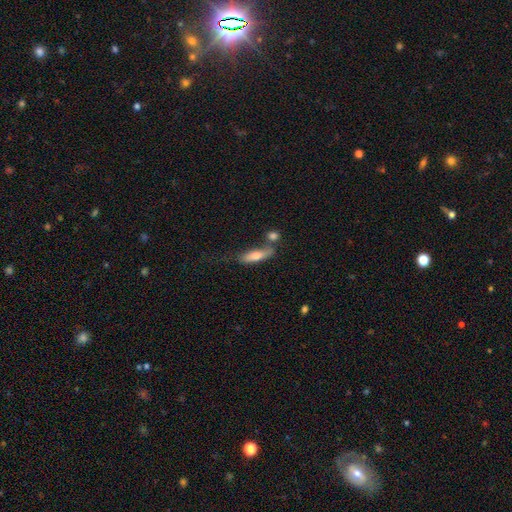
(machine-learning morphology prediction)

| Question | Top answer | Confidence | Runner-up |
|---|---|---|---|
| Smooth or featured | smooth | 68% | featured or disk (26%) |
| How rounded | cigar-shaped | 62% | in between (35%) |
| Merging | none | 50% | merger (22%) |